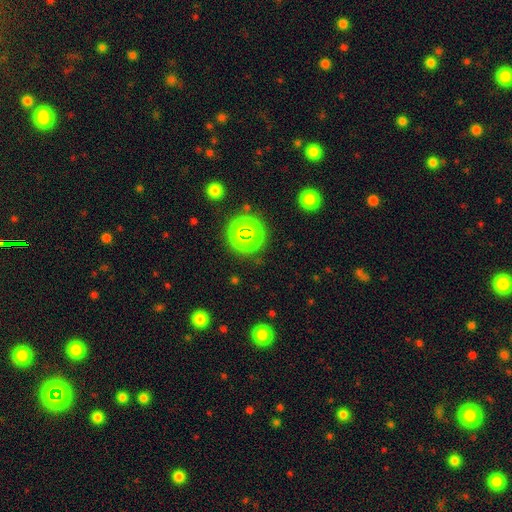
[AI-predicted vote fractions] Morphology: type=star or artifact (68%).